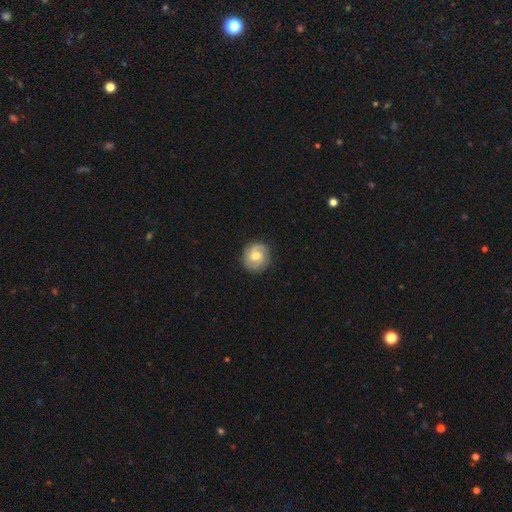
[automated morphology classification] This is likely a featured or disk galaxy (67%). It is clearly not viewed edge-on (98%). Bar: possibly no (46%). Spiral arm pattern: clearly yes (91%). Spiral arm count: likely 2 (77%). Spiral winding: possibly tight (47%). Central bulge: likely moderate (69%). Merging: clearly none (85%).